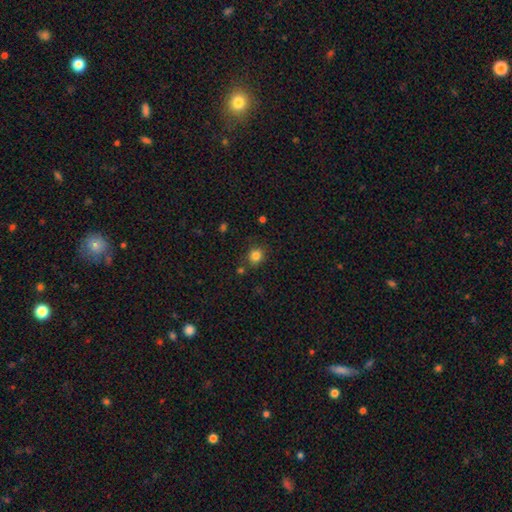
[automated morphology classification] A smooth galaxy with no disk features (83%) that is round (81%). Merging: none (81%).